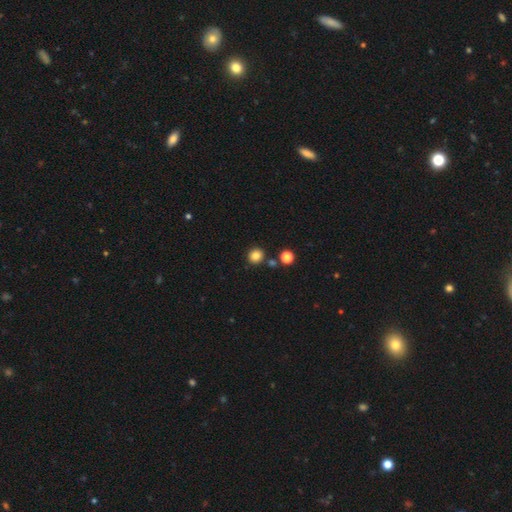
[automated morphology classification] smooth_or_featured: smooth (p=0.83) [alt: star or artifact p=0.12]
how_rounded: round (p=0.88) [alt: in between p=0.11]
merging: none (p=0.84) [alt: minor disturbance p=0.07]